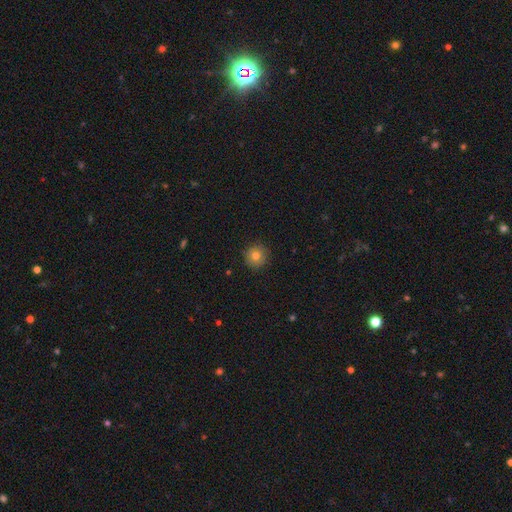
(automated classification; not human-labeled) This is likely a smooth galaxy (80%). How rounded: clearly round (95%). Merging: clearly none (90%).